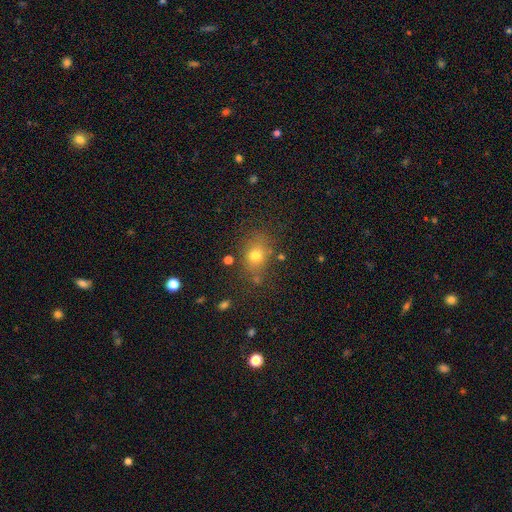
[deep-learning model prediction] Overall: smooth (72%). How rounded: in between (52%; round 46%). Merging: none (74%).